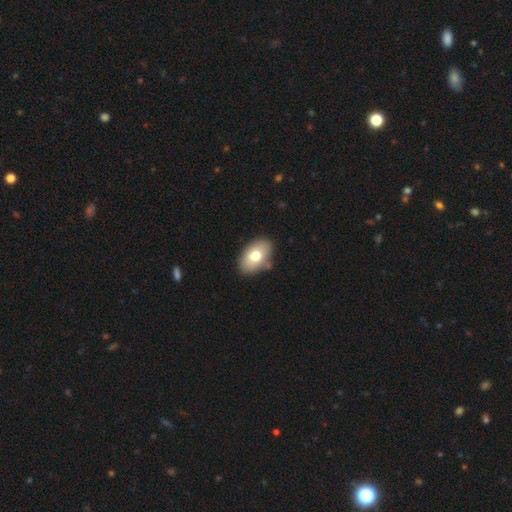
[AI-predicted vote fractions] smooth_or_featured: smooth (p=0.71) [alt: featured or disk p=0.21]
how_rounded: in between (p=0.90) [alt: round p=0.09]
merging: none (p=0.79) [alt: minor disturbance p=0.14]